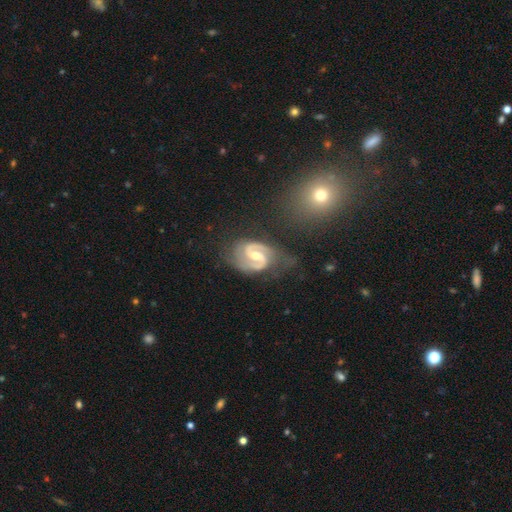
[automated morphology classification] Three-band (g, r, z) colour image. It shows a featured or disk galaxy (92%) with a weak bar (48%), 2 (93%) medium (58%) spiral arms (98%) and a moderate central bulge (65%). Merging: none (64%).